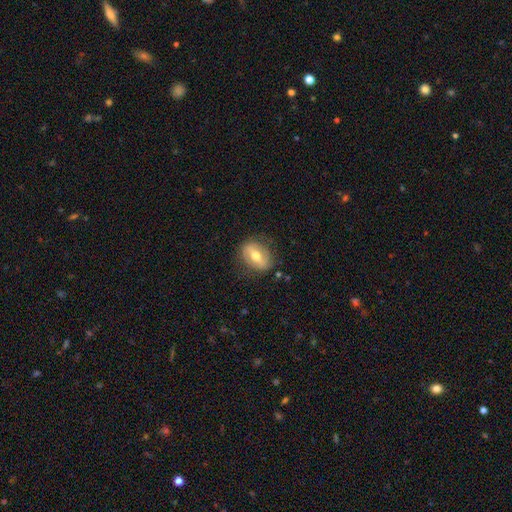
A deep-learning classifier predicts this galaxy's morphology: This appears to be a featured or disk galaxy (54%). Merging: none (78%).